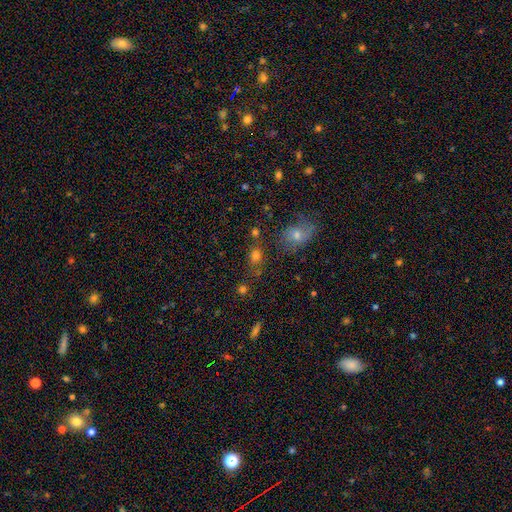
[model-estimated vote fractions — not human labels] The model was most divided on "how rounded": round: 58%, in between: 39%, cigar-shaped: 3%. More confident: smooth or featured — smooth (67%); merging — none (65%).